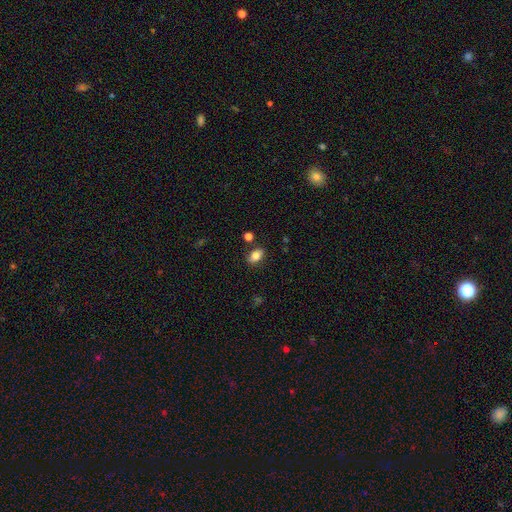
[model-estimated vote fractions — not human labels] This is likely a smooth galaxy (79%). How rounded: clearly in between (81%). Merging: clearly none (80%).